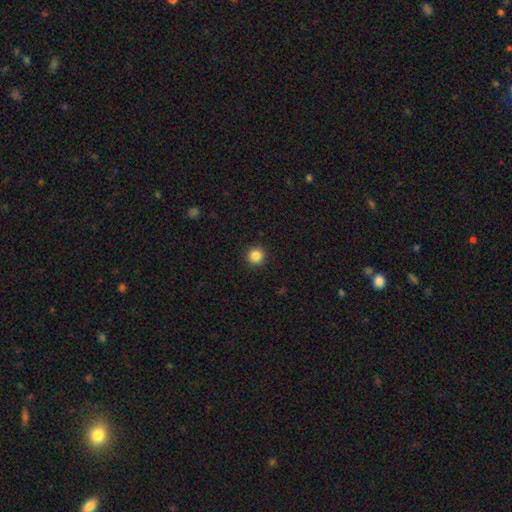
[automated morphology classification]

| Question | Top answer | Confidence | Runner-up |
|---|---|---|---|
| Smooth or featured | smooth | 86% | star or artifact (11%) |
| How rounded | round | 95% | in between (4%) |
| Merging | none | 93% | minor disturbance (5%) |